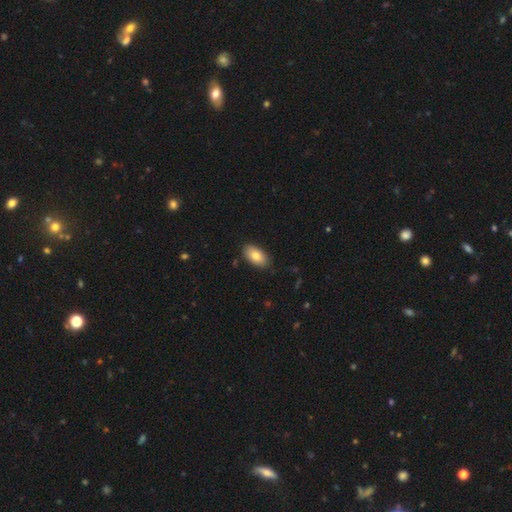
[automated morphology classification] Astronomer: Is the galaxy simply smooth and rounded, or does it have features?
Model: smooth — 83%.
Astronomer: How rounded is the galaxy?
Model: in between — 94%.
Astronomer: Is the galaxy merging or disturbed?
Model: none — 86%.